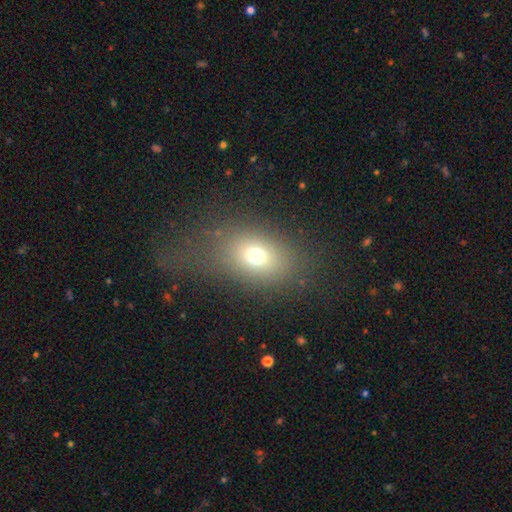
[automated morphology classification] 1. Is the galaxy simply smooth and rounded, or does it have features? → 69% smooth, 18% star or artifact, 13% featured or disk.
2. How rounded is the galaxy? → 61% in between, 37% round, 2% cigar-shaped.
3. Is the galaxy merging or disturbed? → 76% none, 12% minor disturbance, 9% major disturbance, 3% merger.